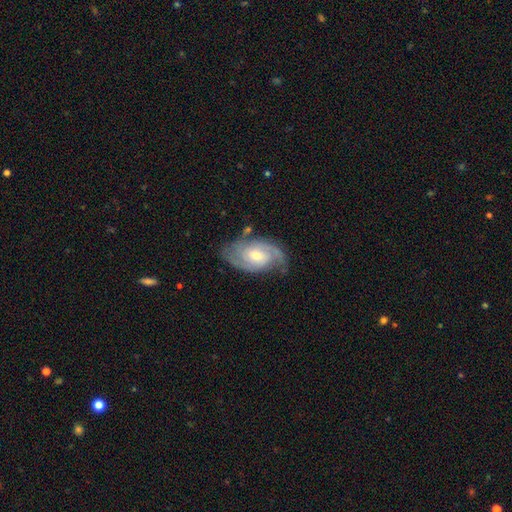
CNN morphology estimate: A featured or disk galaxy (85%) with no bar (52%), 2 (74%) tight (47%) spiral arms (96%) and a moderate central bulge (56%). Merging: none (74%).